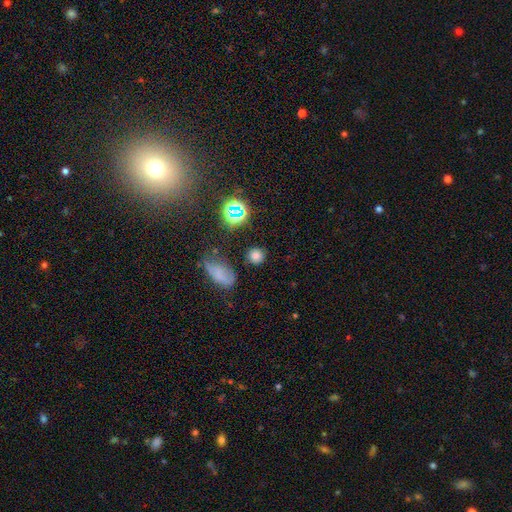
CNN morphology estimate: This appears to be a smooth galaxy with no disk features (72%) that is round (86%). Merging: none (82%).